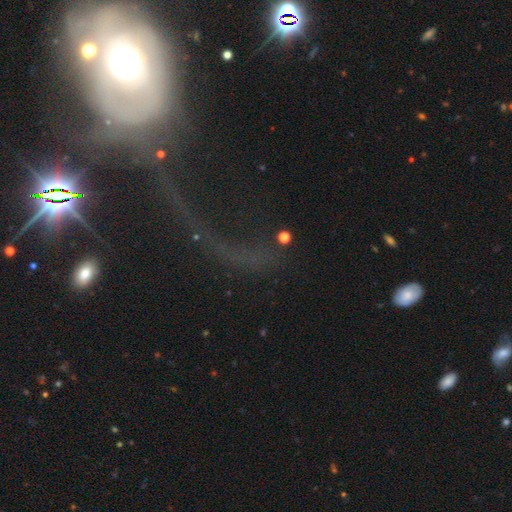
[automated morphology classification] This appears to be a star or artifact, not a galaxy (38%, tied with featured or disk).